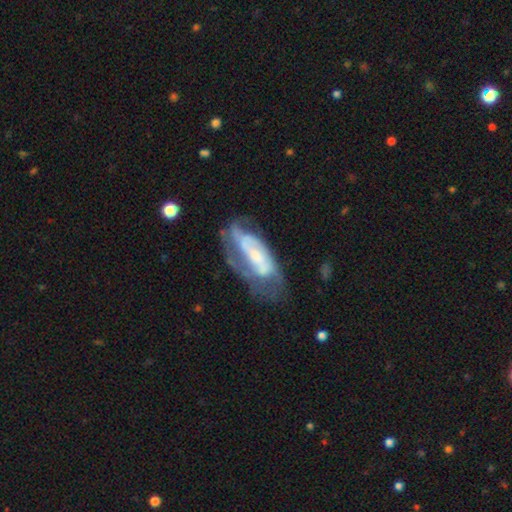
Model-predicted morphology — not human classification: A featured or disk galaxy (72%) with no bar (41%), 2 (40%) tight (42%) spiral arms (81%) and a small central bulge (37%). Merging: none (47%).